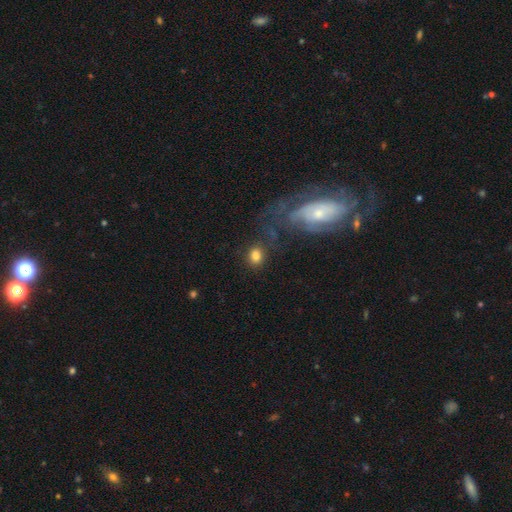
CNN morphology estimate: Smooth or featured?
  - smooth: 79% *
  - featured or disk: 11%
  - star or artifact: 10%
How rounded?
  - round: 54% *
  - in between: 44%
  - cigar-shaped: 2%
Merging?
  - none: 73% *
  - minor disturbance: 12%
  - merger: 8%
  - major disturbance: 6%